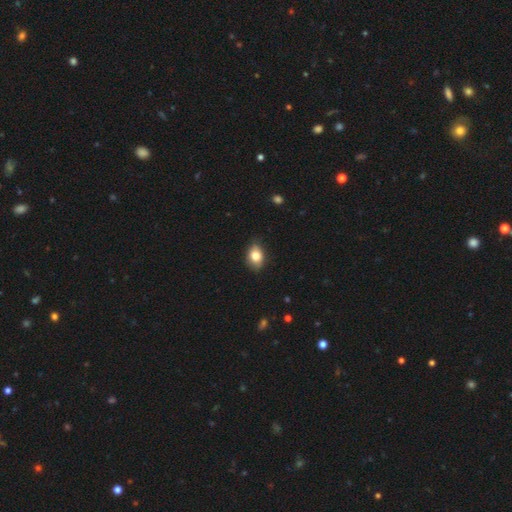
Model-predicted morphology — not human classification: Smooth or featured?
  - smooth: 80% *
  - featured or disk: 12%
  - star or artifact: 9%
How rounded?
  - in between: 75% *
  - round: 23%
  - cigar-shaped: 1%
Merging?
  - none: 80% *
  - minor disturbance: 16%
  - major disturbance: 2%
  - merger: 1%